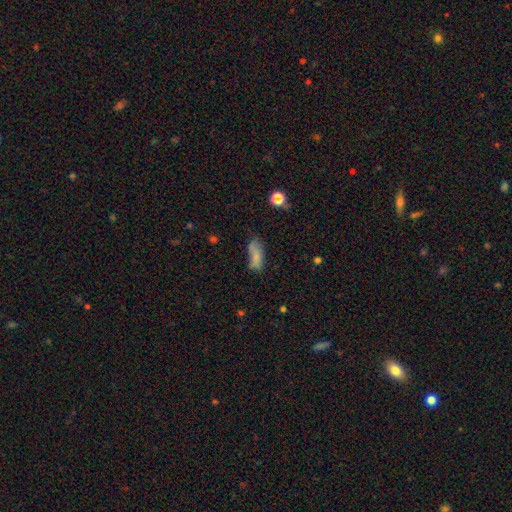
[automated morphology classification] The model was most divided on "merging": none: 43%, minor disturbance: 28%, major disturbance: 17%, merger: 12%. More confident: smooth or featured — smooth (72%); how rounded — in between (72%).